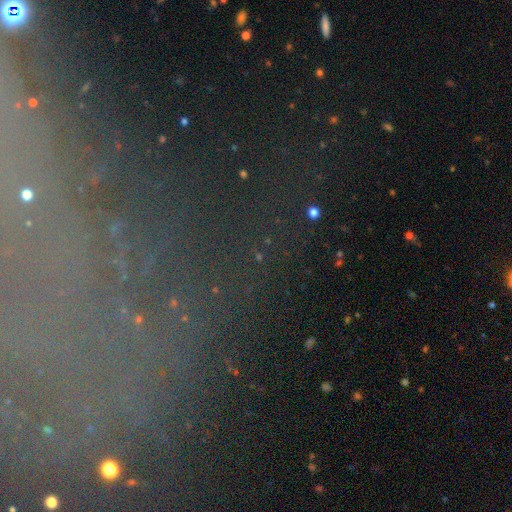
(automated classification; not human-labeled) This appears to be a star or artifact, not a galaxy (63%).